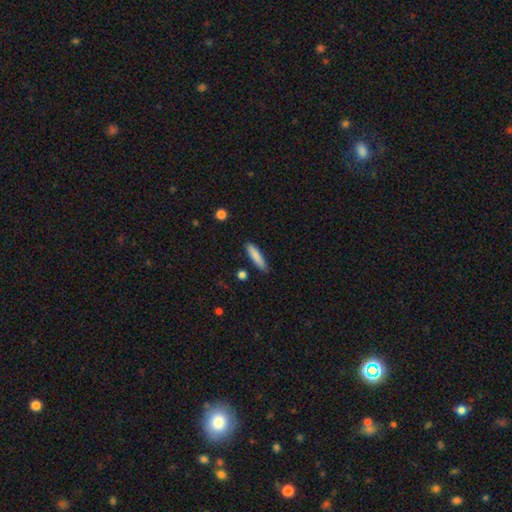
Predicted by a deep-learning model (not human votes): Smooth or featured? Predicted: smooth (p=0.83). How rounded? Predicted: cigar-shaped (p=0.82). Merging? Predicted: none (p=0.85).